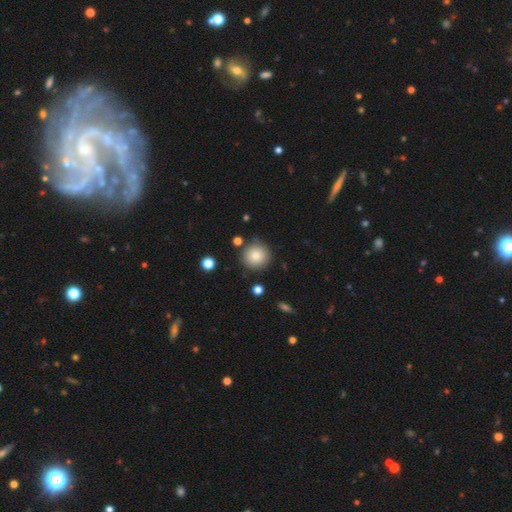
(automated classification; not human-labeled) smooth-or-featured: smooth: 82% | star or artifact: 10% | featured or disk: 8%
  how-rounded: round: 94% | in between: 5% | cigar-shaped: 1%
  merging: none: 85% | minor disturbance: 9% | merger: 3% | major disturbance: 3%